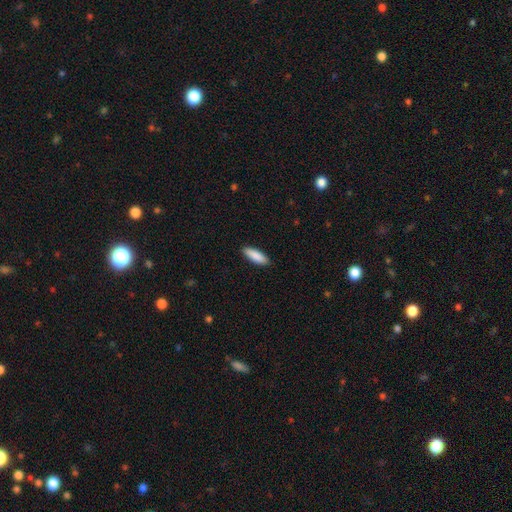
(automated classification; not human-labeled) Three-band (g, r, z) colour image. It shows a smooth galaxy with no disk features (89%) that is in between round and cigar-shaped (54%). Merging: none (90%).